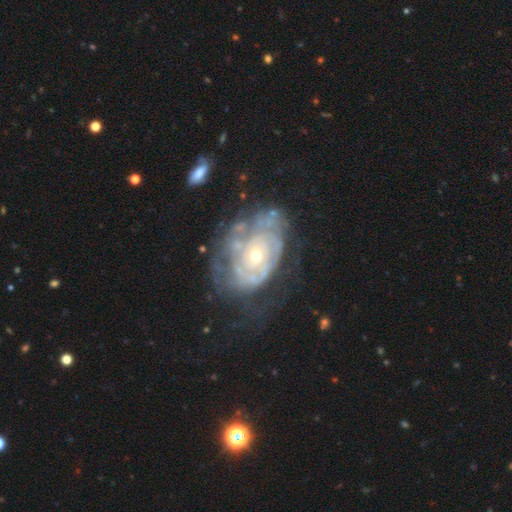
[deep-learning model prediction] Smooth or featured? Predicted: featured or disk (p=0.79). Edge-on disk? Predicted: no (p=0.96). Bar? Predicted: no (p=0.83). Spiral arms? Predicted: yes (p=0.73). Spiral winding? Predicted: tight (p=0.74). Spiral arm count? Predicted: can't tell (p=0.60). Bulge size? Predicted: small (p=0.61). Merging? Predicted: none (p=0.48).